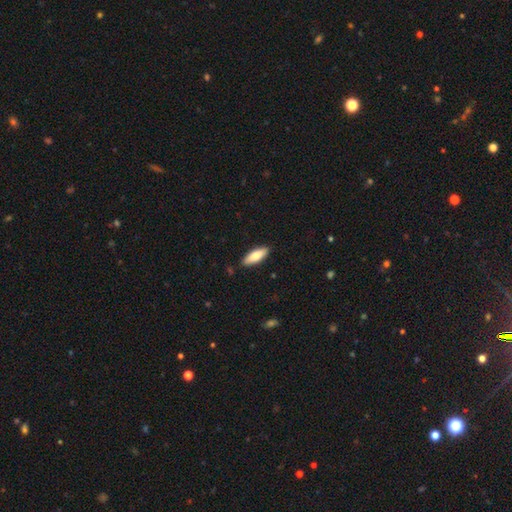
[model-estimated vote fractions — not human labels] Smooth or featured? smooth (76%)
How rounded? in between (62%)
Merging? none (89%)